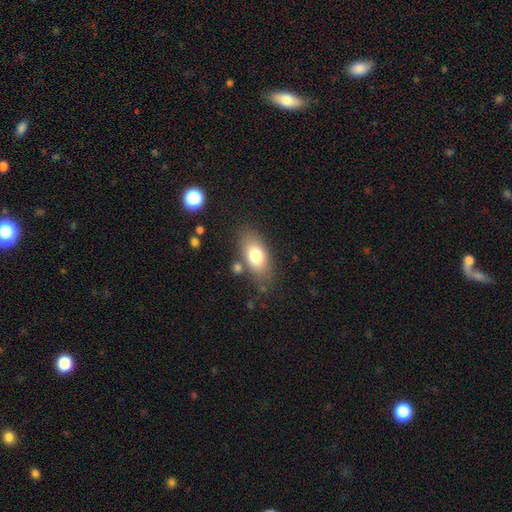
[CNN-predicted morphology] Q: Smooth or featured?
A: smooth (75%); runner-up: featured or disk (17%)
Q: How rounded?
A: in between (87%); runner-up: round (7%)
Q: Merging?
A: none (75%); runner-up: minor disturbance (14%)